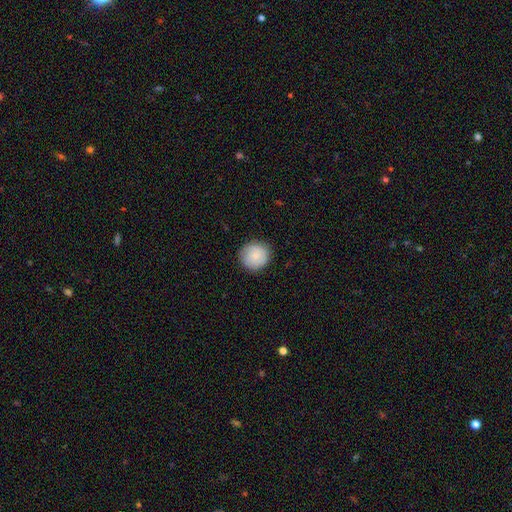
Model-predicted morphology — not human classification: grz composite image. It shows a smooth galaxy with no disk features (81%) that is round (92%). Merging: none (88%).